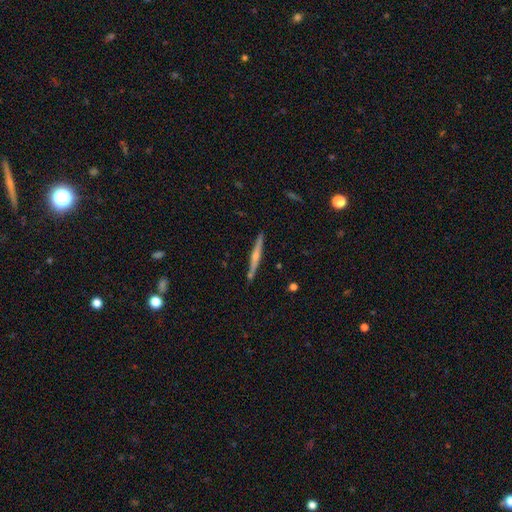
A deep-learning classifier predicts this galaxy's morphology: smooth-or-featured: featured or disk: 62% | smooth: 32% | star or artifact: 6%
  disk-edge-on: yes: 97% | no: 3%
    edge-on-bulge: rounded: 71% | none: 21% | boxy: 8%
  merging: none: 82% | minor disturbance: 11% | merger: 6% | major disturbance: 2%